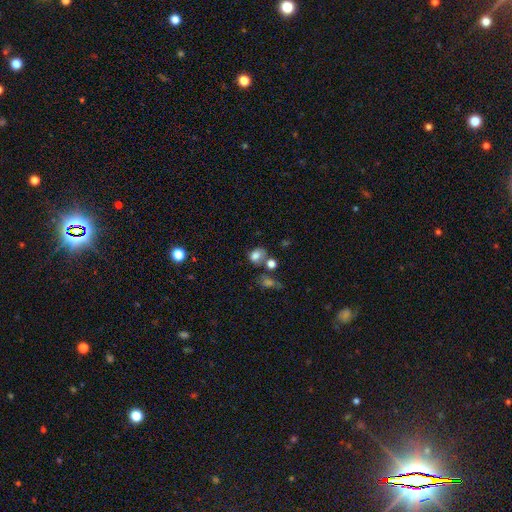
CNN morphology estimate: Overall: smooth (76%). How rounded: in between (50%; round 49%). Merging: none (45%; merger 25%).